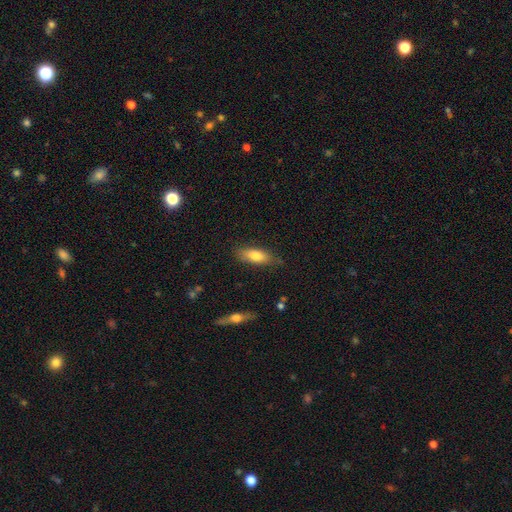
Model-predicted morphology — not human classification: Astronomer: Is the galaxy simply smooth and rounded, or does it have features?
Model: smooth — 77%.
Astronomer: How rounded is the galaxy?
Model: in between — 68%.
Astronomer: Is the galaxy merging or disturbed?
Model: none — 78%.